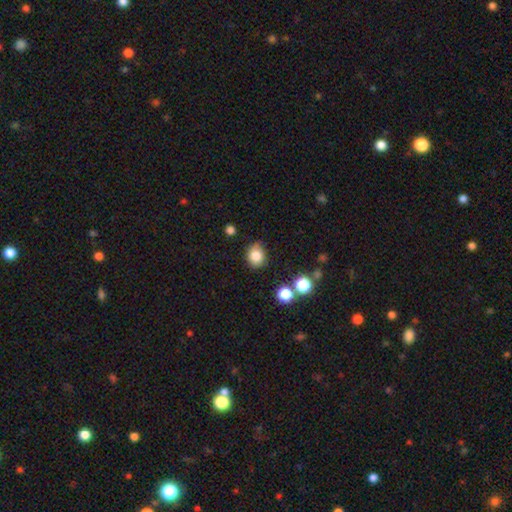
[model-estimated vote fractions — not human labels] Smooth or featured? smooth (82%)
How rounded? round (64%)
Merging? none (77%)